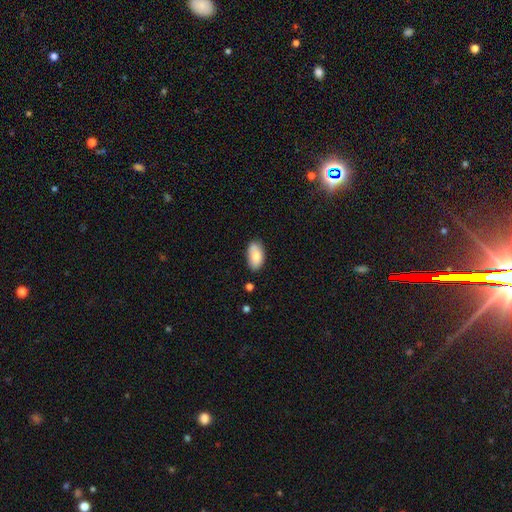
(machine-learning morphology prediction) Smooth or featured?
  - smooth: 81% *
  - featured or disk: 12%
  - star or artifact: 7%
How rounded?
  - in between: 94% *
  - round: 4%
  - cigar-shaped: 2%
Merging?
  - none: 74% *
  - minor disturbance: 18%
  - merger: 4%
  - major disturbance: 3%